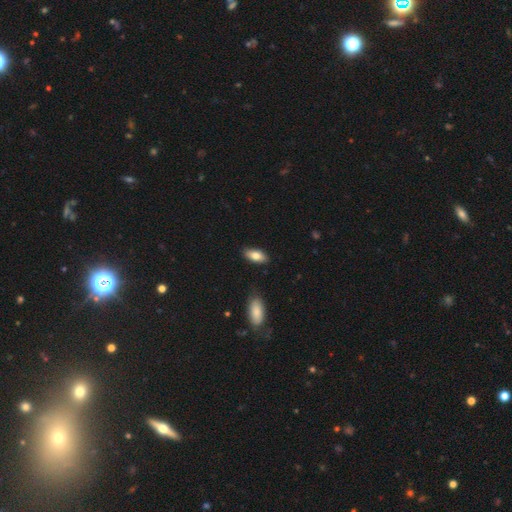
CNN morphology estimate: Smooth or featured: smooth — 80% (featured or disk — 14%)
How rounded: in between — 87% (cigar-shaped — 11%)
Merging: none — 86% (minor disturbance — 10%)